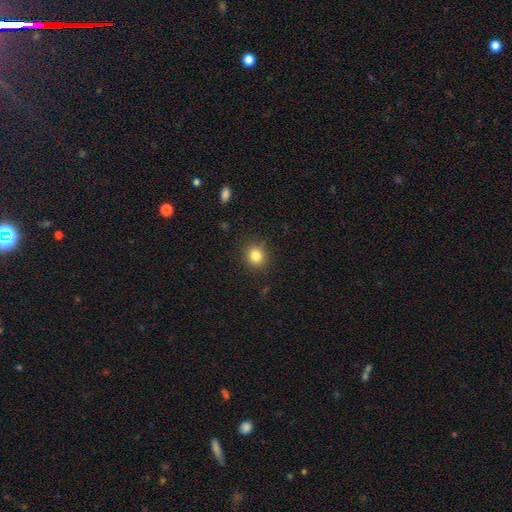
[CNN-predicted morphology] This appears to be a smooth galaxy with no disk features (83%) that is round (83%). Merging: none (87%).